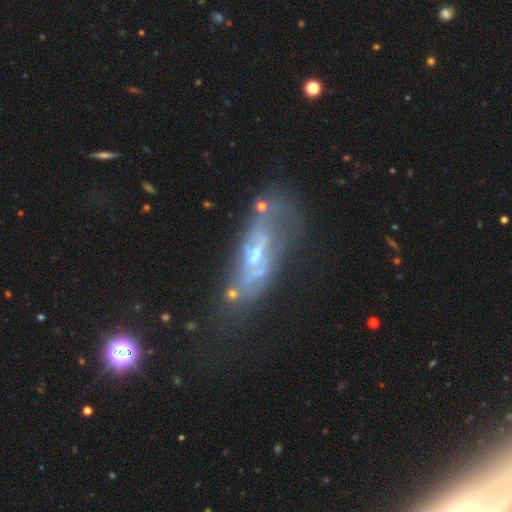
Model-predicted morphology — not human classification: The model was most divided on "merging": none: 44%, major disturbance: 23%, minor disturbance: 22%, merger: 12%. More confident: edge-on disk — no (72%); smooth or featured — featured or disk (65%).